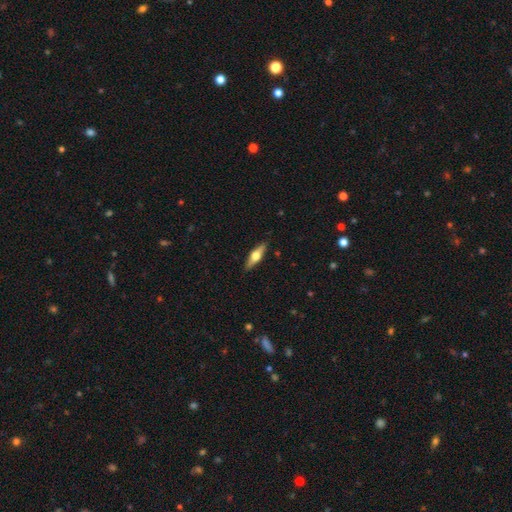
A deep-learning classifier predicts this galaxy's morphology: Smooth or featured? Predicted: featured or disk (p=0.56). Edge-on disk? Predicted: yes (p=0.94). Edge-on bulge? Predicted: rounded (p=0.94). Merging? Predicted: none (p=0.89).